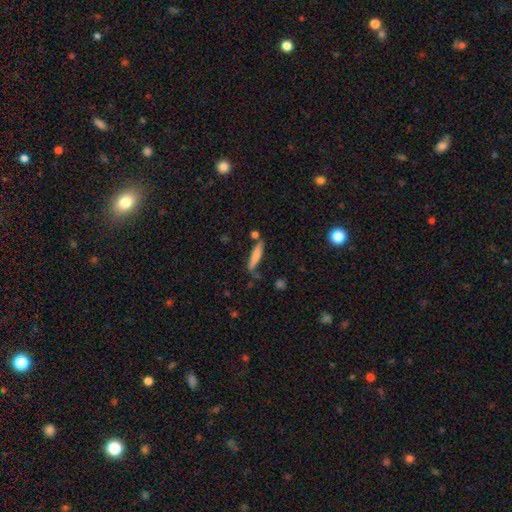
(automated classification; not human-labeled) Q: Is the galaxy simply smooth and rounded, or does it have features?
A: smooth — 71%.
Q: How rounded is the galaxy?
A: cigar-shaped — 88%.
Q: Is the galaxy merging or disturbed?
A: none — 73%.